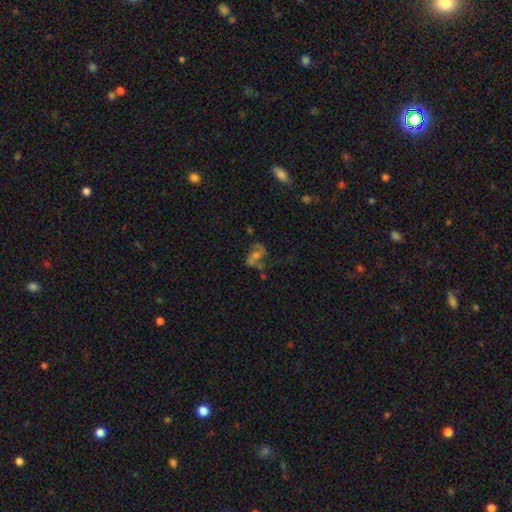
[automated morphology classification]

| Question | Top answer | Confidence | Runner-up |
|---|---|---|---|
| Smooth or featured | featured or disk | 73% | smooth (14%) |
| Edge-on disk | no | 96% | yes (4%) |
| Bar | no | 45% | weak (39%) |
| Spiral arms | yes | 90% | no (10%) |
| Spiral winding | loose | 45% | medium (43%) |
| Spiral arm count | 2 | 88% | can't tell (5%) |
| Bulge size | moderate | 47% | small (37%) |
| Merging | none | 63% | minor disturbance (17%) |